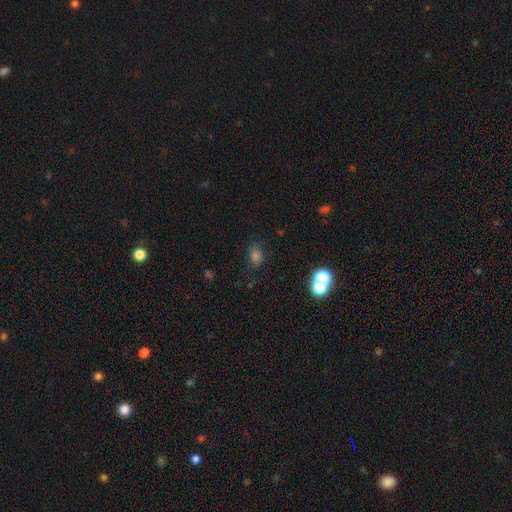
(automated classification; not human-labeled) Smooth or featured?
  - smooth: 73% *
  - star or artifact: 19%
  - featured or disk: 9%
How rounded?
  - in between: 68% *
  - round: 30%
  - cigar-shaped: 2%
Merging?
  - none: 70% *
  - minor disturbance: 16%
  - merger: 8%
  - major disturbance: 6%